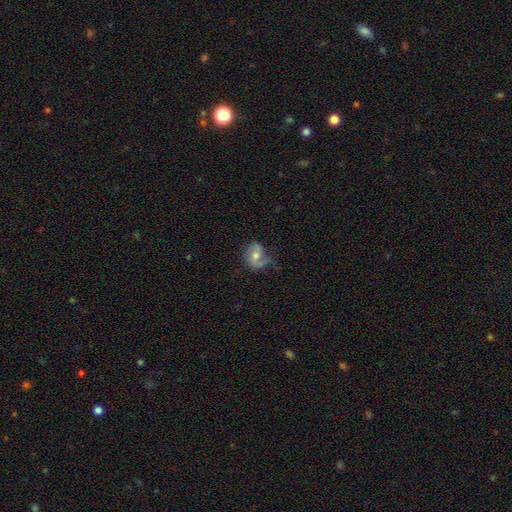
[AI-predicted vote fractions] Q: Smooth or featured?
A: featured or disk (49%); runner-up: smooth (42%)
Q: Merging?
A: none (45%); runner-up: minor disturbance (31%)